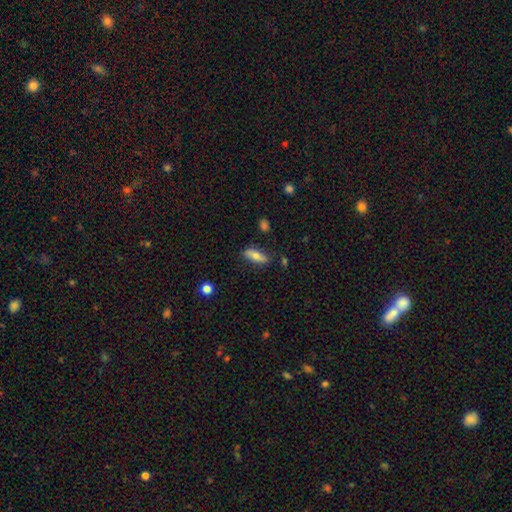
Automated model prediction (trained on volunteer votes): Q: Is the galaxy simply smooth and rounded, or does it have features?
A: smooth — 68%.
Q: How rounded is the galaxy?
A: in between — 65%.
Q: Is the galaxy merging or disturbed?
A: none — 81%.